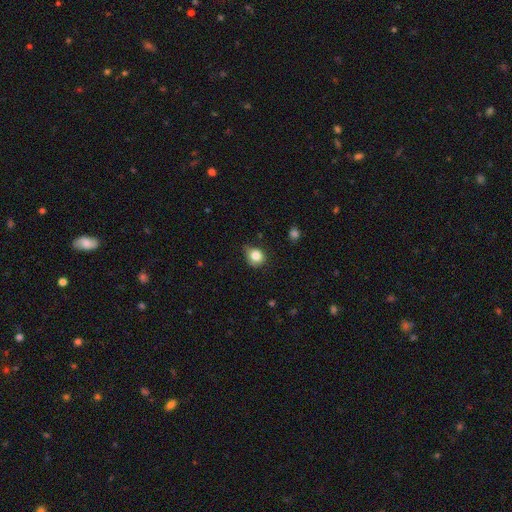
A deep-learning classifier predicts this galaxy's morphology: Smooth or featured? smooth (81%)
How rounded? round (74%)
Merging? none (56%)